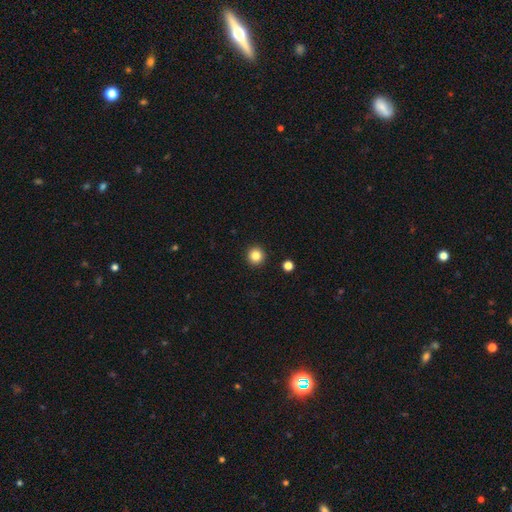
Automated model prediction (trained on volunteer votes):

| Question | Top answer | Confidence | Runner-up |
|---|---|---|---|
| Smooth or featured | smooth | 84% | star or artifact (12%) |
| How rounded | round | 95% | in between (4%) |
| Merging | none | 93% | minor disturbance (4%) |